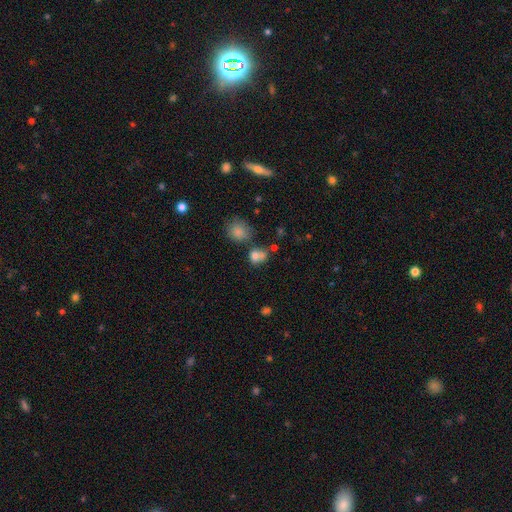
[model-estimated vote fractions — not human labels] The model was most divided on "merging": none: 41%, merger: 36%, minor disturbance: 15%, major disturbance: 8%. More confident: smooth or featured — smooth (76%); how rounded — round (63%).